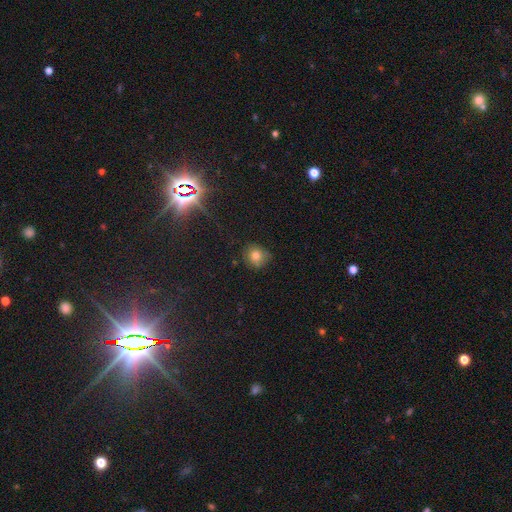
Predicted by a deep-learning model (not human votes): This appears to be a smooth galaxy with no disk features (76%) that is round (82%). Merging: none (77%).